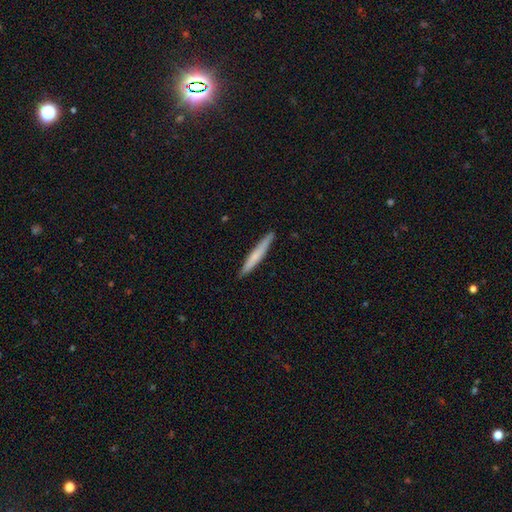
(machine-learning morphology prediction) type=smooth (63%); roundness=cigar-shaped (96%); merging=none (91%).